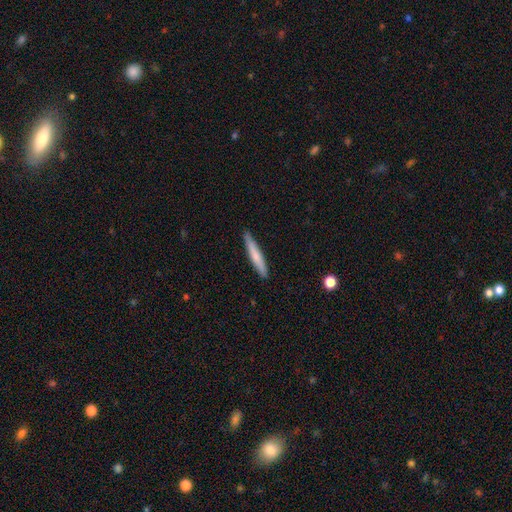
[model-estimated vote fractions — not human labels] Smooth or featured?
  - smooth: 68% *
  - featured or disk: 26%
  - star or artifact: 6%
How rounded?
  - cigar-shaped: 94% *
  - in between: 5%
  - round: 1%
Merging?
  - none: 89% *
  - minor disturbance: 8%
  - major disturbance: 2%
  - merger: 1%